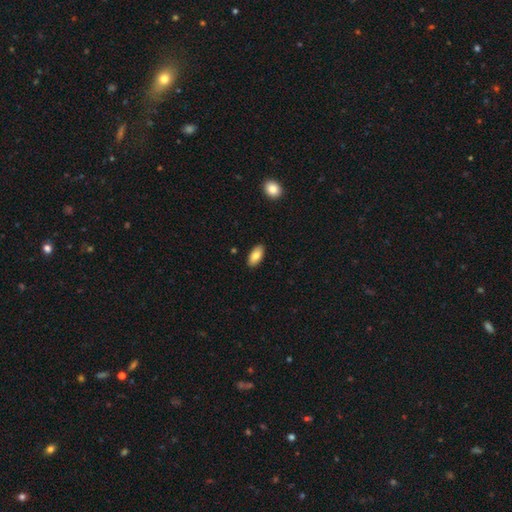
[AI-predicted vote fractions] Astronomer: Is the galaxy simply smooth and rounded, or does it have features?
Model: smooth — 82%.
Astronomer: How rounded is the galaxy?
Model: in between — 92%.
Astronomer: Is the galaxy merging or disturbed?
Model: none — 89%.